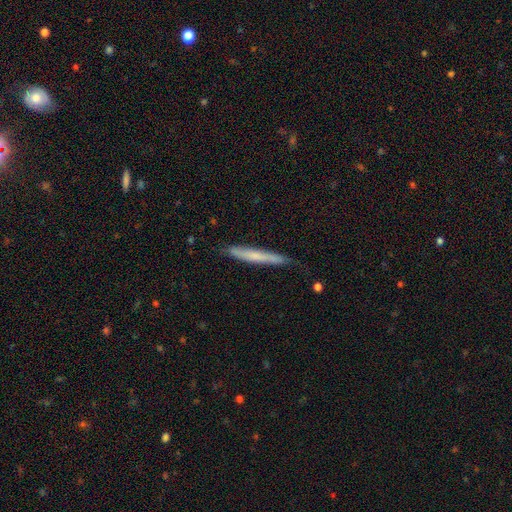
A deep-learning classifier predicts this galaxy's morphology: smooth 57%, featured or disk 37%, star or artifact 6%. Down the decision tree: how rounded — cigar-shaped (96%); merging — none (83%).